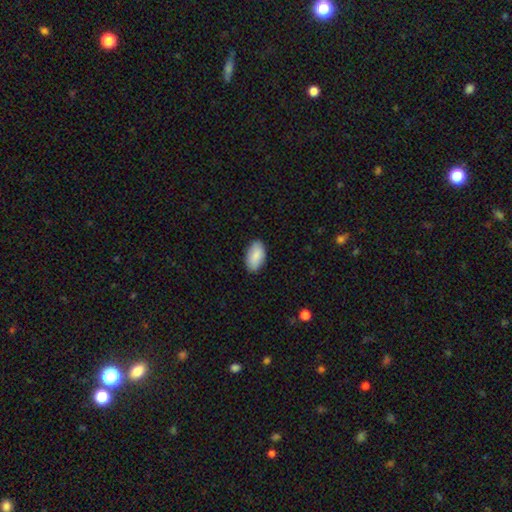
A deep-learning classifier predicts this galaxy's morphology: Q: Smooth or featured?
A: smooth (88%); runner-up: star or artifact (6%)
Q: How rounded?
A: in between (95%); runner-up: round (3%)
Q: Merging?
A: none (86%); runner-up: minor disturbance (11%)